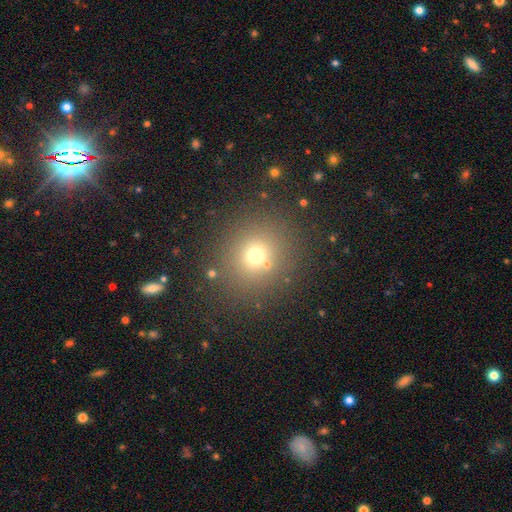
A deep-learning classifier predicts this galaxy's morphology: type=smooth (67%); roundness=round (86%); merging=none (82%).